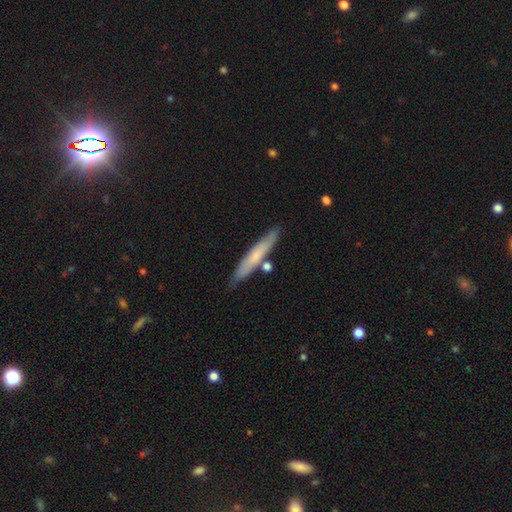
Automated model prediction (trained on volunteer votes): smooth 60%, featured or disk 34%, star or artifact 6%. Down the decision tree: how rounded — cigar-shaped (92%); merging — none (81%).